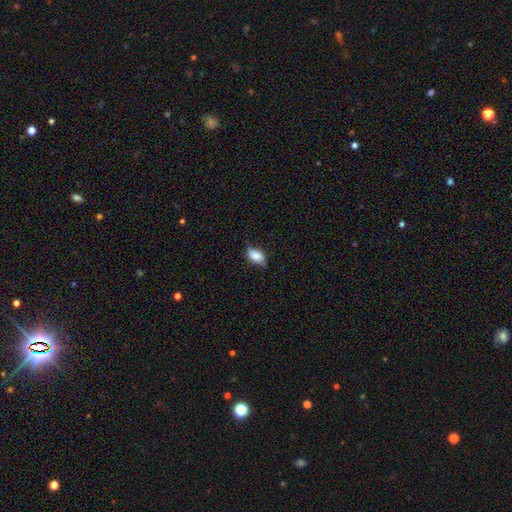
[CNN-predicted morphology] Smooth or featured? Predicted: smooth (p=0.76). How rounded? Predicted: in between (p=0.88). Merging? Predicted: none (p=0.62).